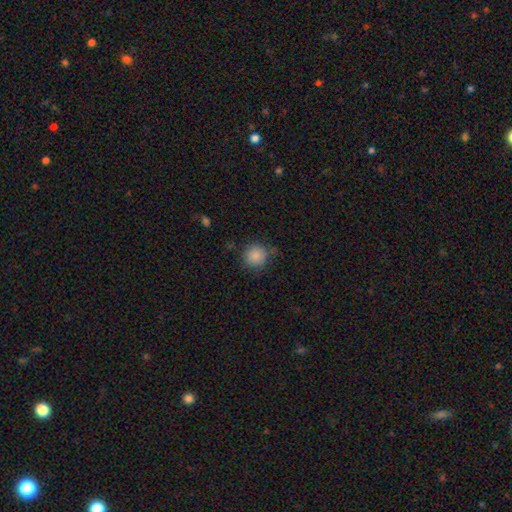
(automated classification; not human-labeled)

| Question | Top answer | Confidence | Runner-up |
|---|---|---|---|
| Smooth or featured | smooth | 85% | star or artifact (10%) |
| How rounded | round | 90% | in between (9%) |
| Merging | none | 73% | minor disturbance (19%) |